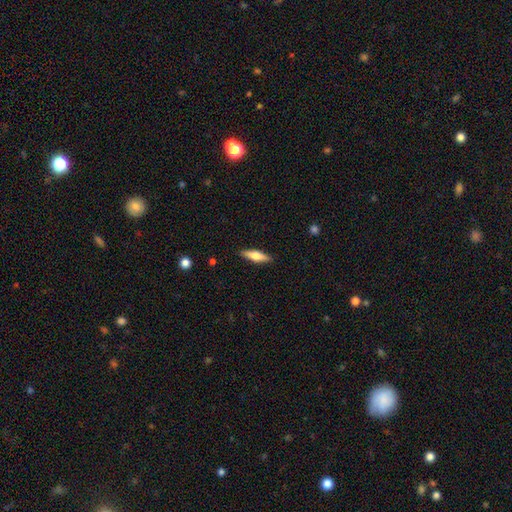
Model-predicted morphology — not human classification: This appears to be a smooth galaxy with no disk features (55%) that is cigar-shaped (66%). Merging: none (89%).